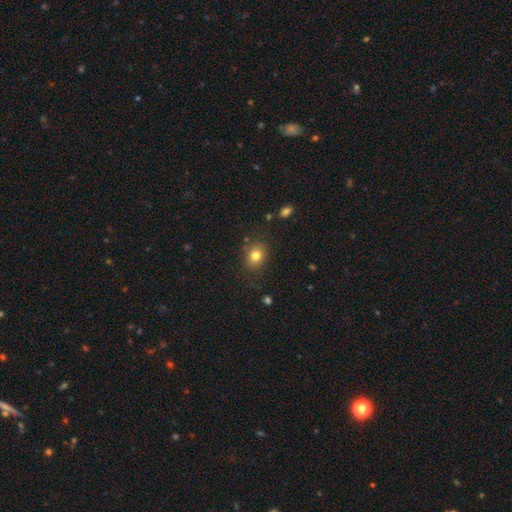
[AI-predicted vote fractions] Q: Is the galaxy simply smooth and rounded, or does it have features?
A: smooth — 79%.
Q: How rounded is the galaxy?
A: round — 58%.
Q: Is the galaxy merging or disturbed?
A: none — 82%.